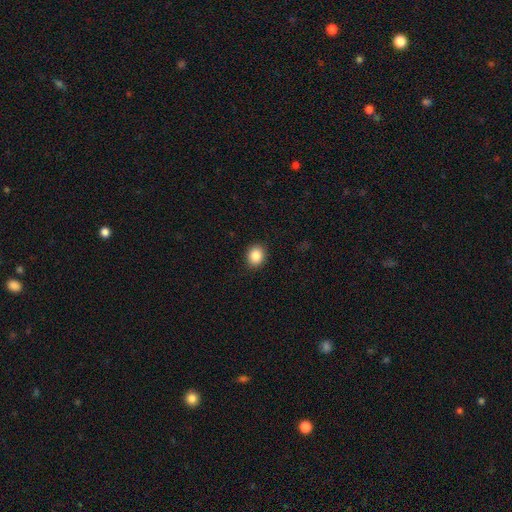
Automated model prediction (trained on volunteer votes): A smooth galaxy with no disk features (86%) that is round (61%).

Vote fractions:
- Smooth or featured? smooth: 86% / star or artifact: 9% / featured or disk: 5%
- How rounded? round: 61% / in between: 38% / cigar-shaped: 1%
- Merging? none: 90% / minor disturbance: 7% / major disturbance: 2% / merger: 1%